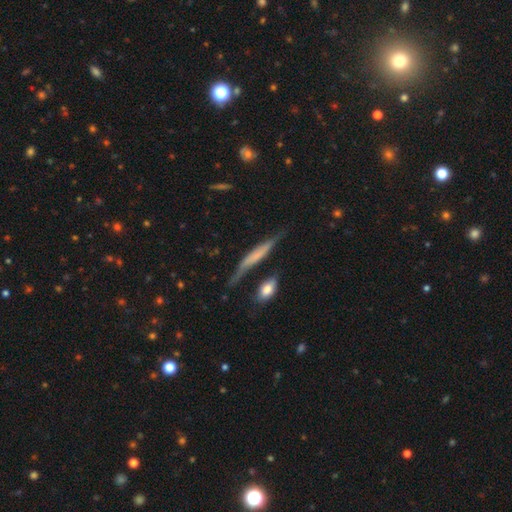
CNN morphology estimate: Overall: featured or disk (53%; smooth 39%). Edge-on disk: yes (87%). Merging: none (61%; minor disturbance 24%).